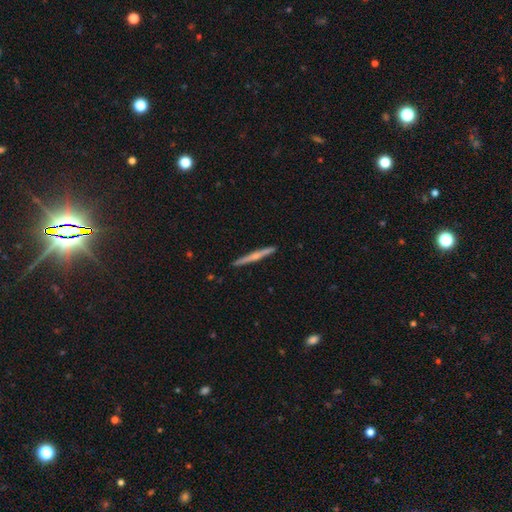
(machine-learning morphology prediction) This appears to be a featured or disk galaxy (56%) viewed edge-on (98%) with a rounded central bulge (53%). Merging: none (91%).